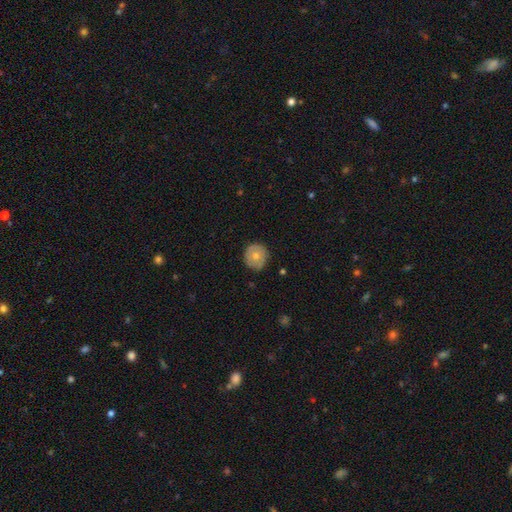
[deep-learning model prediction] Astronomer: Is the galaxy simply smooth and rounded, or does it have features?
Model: smooth — 55% (runner-up: featured or disk, 38%).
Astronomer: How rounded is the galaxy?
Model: round — 90%.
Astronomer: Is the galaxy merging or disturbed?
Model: none — 80%.